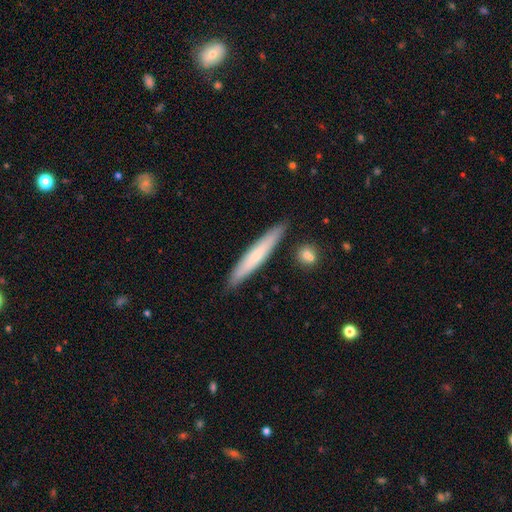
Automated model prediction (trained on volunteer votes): smooth_or_featured: smooth (p=0.61) [alt: featured or disk p=0.33]
how_rounded: cigar-shaped (p=0.94) [alt: in between p=0.05]
merging: none (p=0.88) [alt: minor disturbance p=0.08]